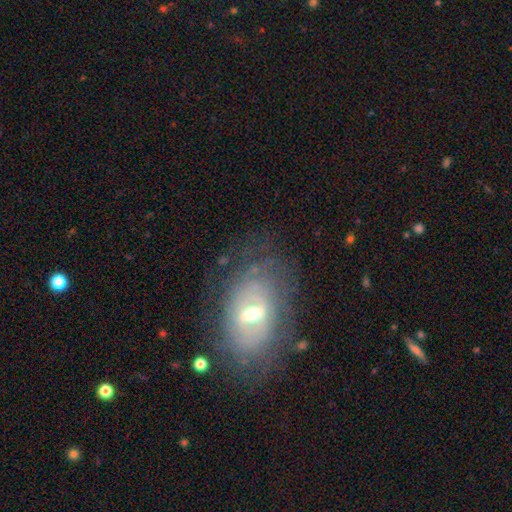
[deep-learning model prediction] smooth-or-featured: featured or disk: 64% | smooth: 23% | star or artifact: 13%
  disk-edge-on: no: 91% | yes: 9%
    bar: weak: 45% | no: 38% | strong: 17%
    has-spiral-arms: yes: 62% | no: 38%
    bulge-size: moderate: 64% | small: 28% | large: 6% | dominant: 1% | none: 1%
  merging: none: 70% | minor disturbance: 18% | major disturbance: 9% | merger: 2%